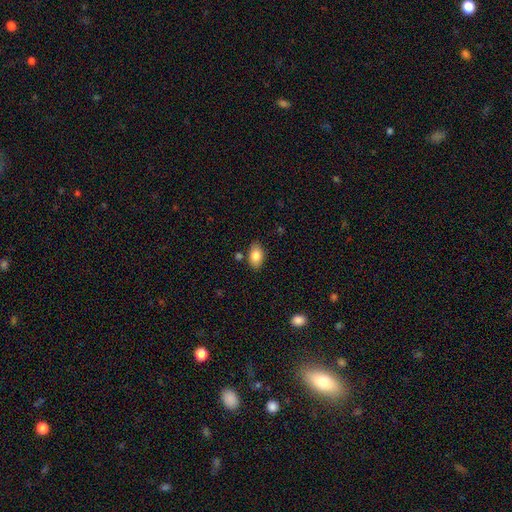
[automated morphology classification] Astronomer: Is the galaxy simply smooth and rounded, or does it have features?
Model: smooth — 83%.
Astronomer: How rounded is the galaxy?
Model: in between — 90%.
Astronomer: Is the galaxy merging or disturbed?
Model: none — 81%.